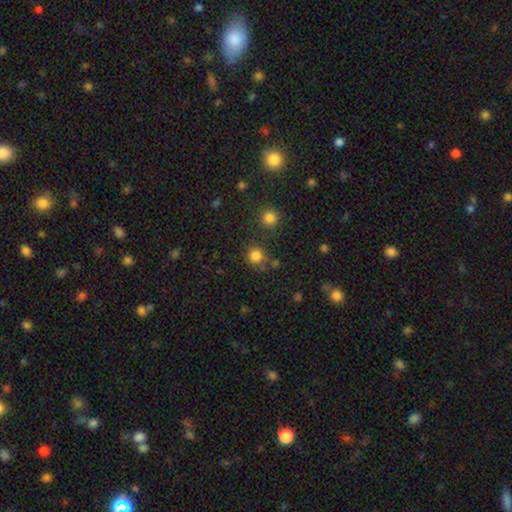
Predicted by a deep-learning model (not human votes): A smooth galaxy with no disk features (81%) that is round (90%).

Vote fractions:
- Smooth or featured? smooth: 81% / star or artifact: 14% / featured or disk: 5%
- How rounded? round: 90% / in between: 9% / cigar-shaped: 1%
- Merging? none: 75% / minor disturbance: 10% / merger: 10% / major disturbance: 5%